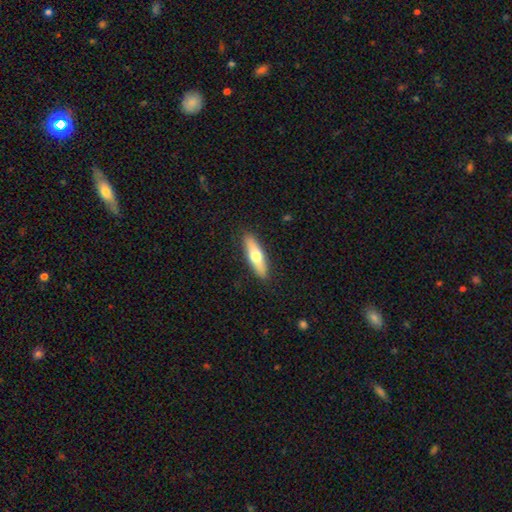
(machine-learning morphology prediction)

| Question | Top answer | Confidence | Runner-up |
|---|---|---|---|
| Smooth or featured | smooth | 60% | featured or disk (35%) |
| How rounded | cigar-shaped | 59% | in between (38%) |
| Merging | none | 90% | minor disturbance (8%) |